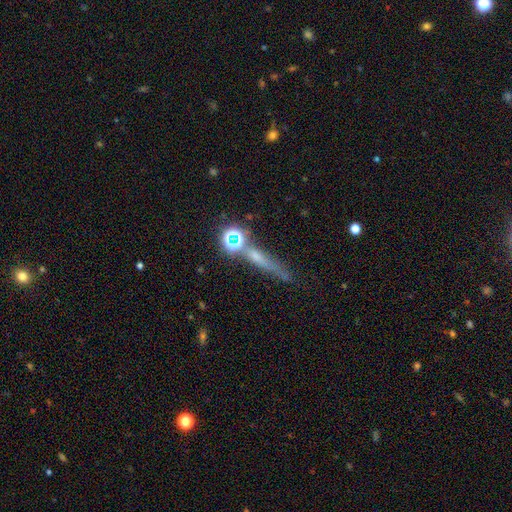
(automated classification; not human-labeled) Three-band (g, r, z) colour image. It shows a smooth galaxy with no disk features (36%). Merging: none (64%).